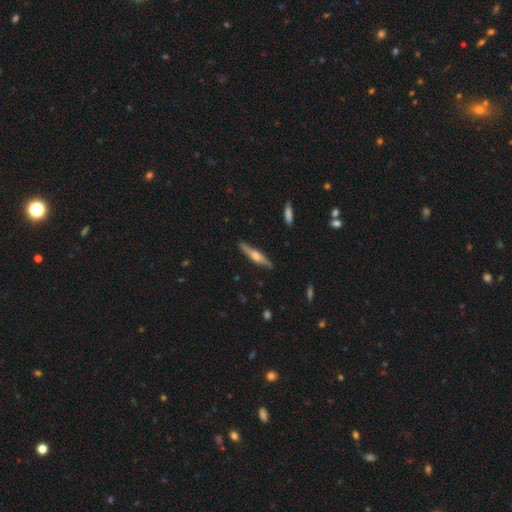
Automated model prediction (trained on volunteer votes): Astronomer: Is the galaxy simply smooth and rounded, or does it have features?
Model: featured or disk — 62%.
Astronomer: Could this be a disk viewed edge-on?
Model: yes — 96%.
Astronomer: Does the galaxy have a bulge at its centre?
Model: rounded — 84%.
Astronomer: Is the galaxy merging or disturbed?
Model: none — 86%.